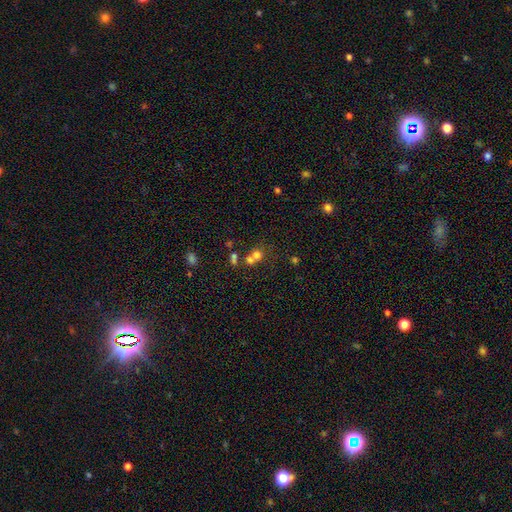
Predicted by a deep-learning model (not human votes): Q: Smooth or featured?
A: smooth (61%); runner-up: star or artifact (23%)
Q: How rounded?
A: round (79%); runner-up: in between (20%)
Q: Merging?
A: merger (47%); runner-up: none (41%)